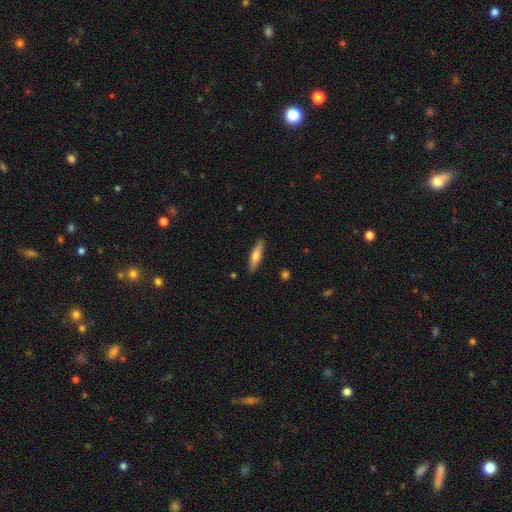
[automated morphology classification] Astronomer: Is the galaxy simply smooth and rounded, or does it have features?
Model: smooth — 53% (runner-up: featured or disk, 41%).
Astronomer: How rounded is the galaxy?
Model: cigar-shaped — 78%.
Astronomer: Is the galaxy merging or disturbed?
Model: none — 89%.